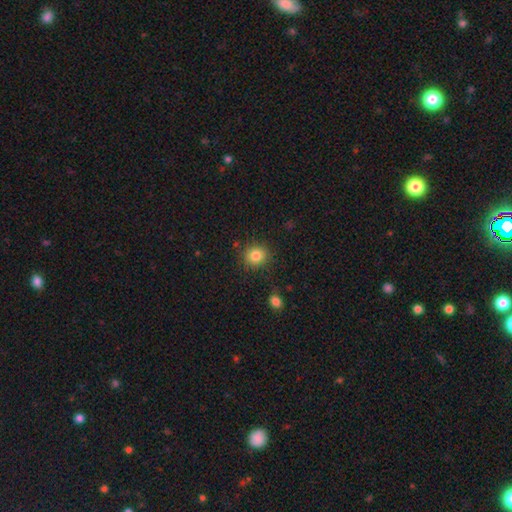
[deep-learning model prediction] This appears to be a smooth galaxy with no disk features (84%) that is round (86%). Merging: none (85%).